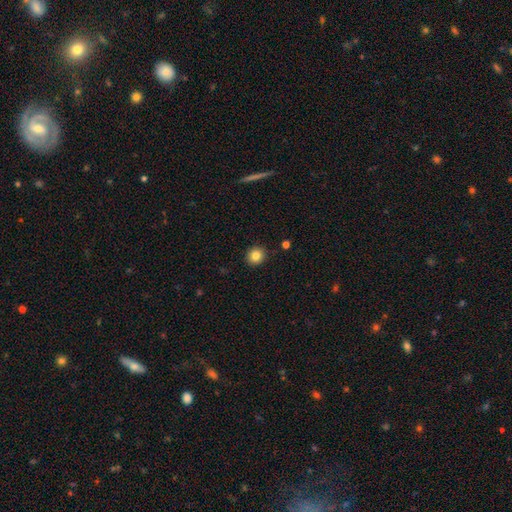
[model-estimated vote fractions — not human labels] This appears to be a smooth galaxy with no disk features (83%) that is round (86%). Merging: none (91%).